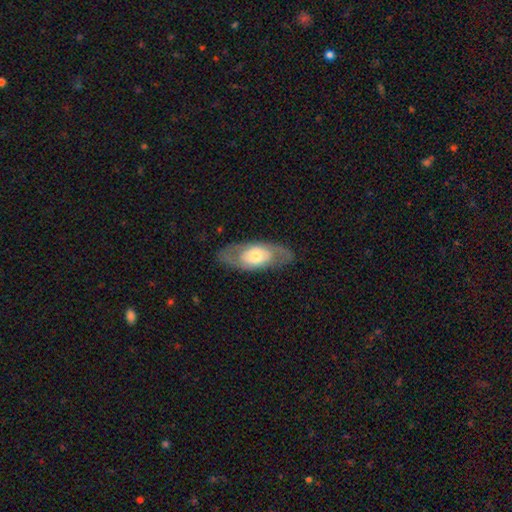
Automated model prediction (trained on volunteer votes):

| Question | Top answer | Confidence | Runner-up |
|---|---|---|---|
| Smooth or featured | featured or disk | 59% | smooth (35%) |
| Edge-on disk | no | 82% | yes (18%) |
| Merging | none | 78% | minor disturbance (14%) |